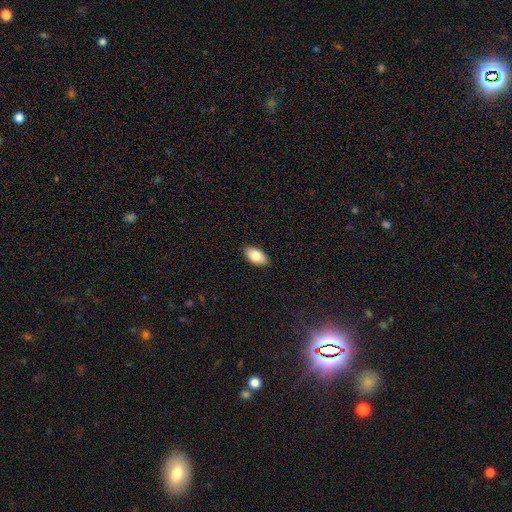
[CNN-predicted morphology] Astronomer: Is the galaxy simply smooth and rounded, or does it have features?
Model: smooth — 81%.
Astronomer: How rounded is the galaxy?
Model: in between — 94%.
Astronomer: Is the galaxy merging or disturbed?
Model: none — 89%.